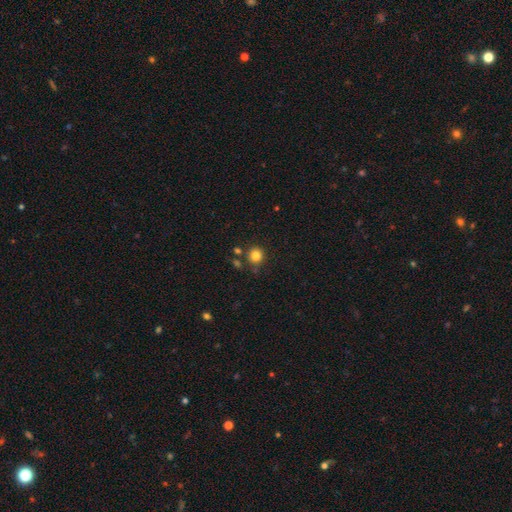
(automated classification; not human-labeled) Q: Smooth or featured?
A: smooth (82%); runner-up: star or artifact (12%)
Q: How rounded?
A: round (89%); runner-up: in between (10%)
Q: Merging?
A: none (78%); runner-up: minor disturbance (11%)